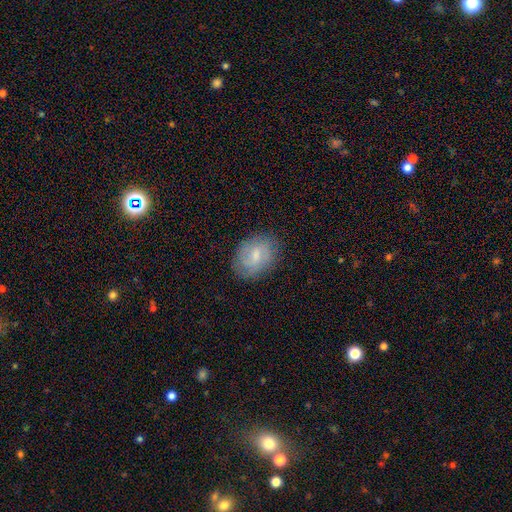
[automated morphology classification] Smooth or featured? smooth (48%)
Merging? none (78%)